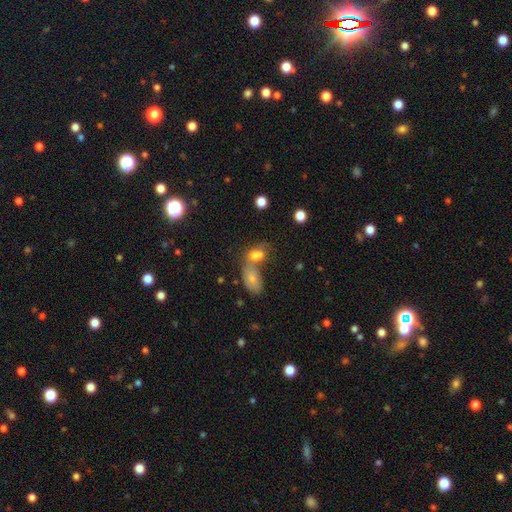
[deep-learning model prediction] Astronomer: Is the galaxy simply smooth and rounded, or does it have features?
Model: smooth — 73%.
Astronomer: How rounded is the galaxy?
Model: in between — 76%.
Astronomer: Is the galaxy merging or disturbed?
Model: merger — 59%.